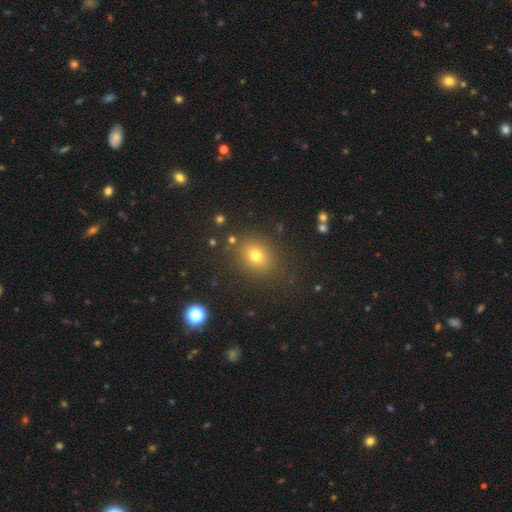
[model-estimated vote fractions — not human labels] A smooth galaxy with no disk features (73%) that is round (55%). Merging: none (84%).